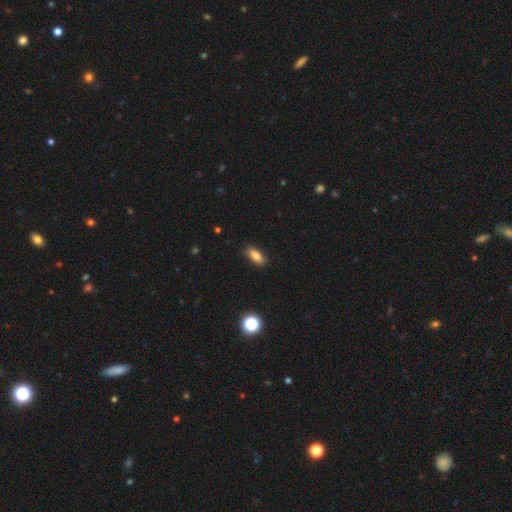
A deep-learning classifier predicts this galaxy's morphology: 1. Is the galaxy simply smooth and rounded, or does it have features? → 82% smooth, 10% featured or disk, 9% star or artifact.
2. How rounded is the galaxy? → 79% in between, 17% cigar-shaped, 3% round.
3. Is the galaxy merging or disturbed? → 88% none, 9% minor disturbance, 2% major disturbance, 1% merger.